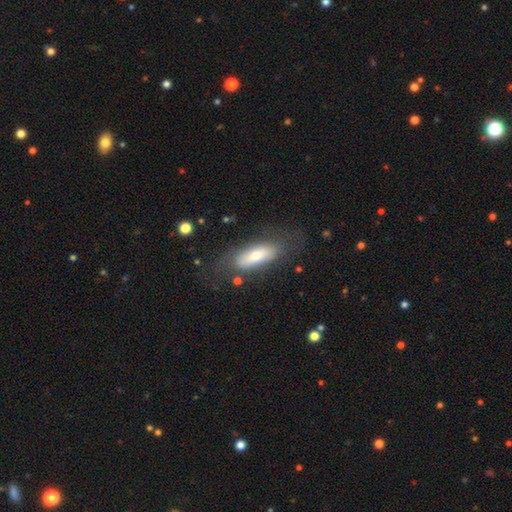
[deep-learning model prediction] Smooth or featured?
  - smooth: 59% *
  - featured or disk: 33%
  - star or artifact: 8%
How rounded?
  - in between: 64% *
  - cigar-shaped: 34%
  - round: 2%
Merging?
  - none: 65% *
  - minor disturbance: 19%
  - major disturbance: 13%
  - merger: 3%